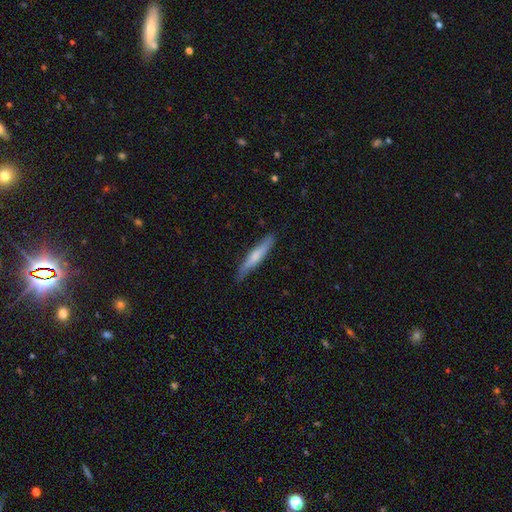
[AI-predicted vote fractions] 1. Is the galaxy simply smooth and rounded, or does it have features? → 58% smooth, 36% featured or disk, 5% star or artifact.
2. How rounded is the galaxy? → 92% cigar-shaped, 6% in between, 1% round.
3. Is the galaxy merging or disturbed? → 84% none, 13% minor disturbance, 2% major disturbance, 1% merger.